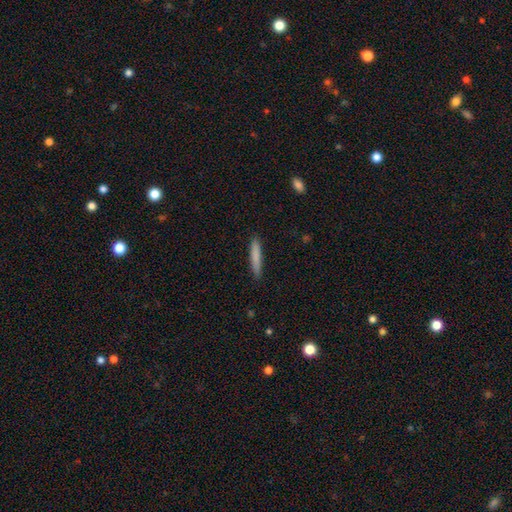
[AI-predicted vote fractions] smooth 81%, featured or disk 13%, star or artifact 6%. Down the decision tree: how rounded — cigar-shaped (93%); merging — none (88%).